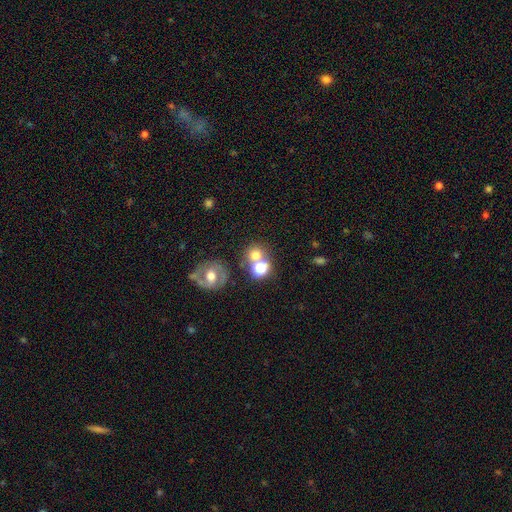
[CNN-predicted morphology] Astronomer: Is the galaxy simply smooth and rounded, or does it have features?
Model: smooth — 68%.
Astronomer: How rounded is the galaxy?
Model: round — 82%.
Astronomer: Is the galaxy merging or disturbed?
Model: none — 51% (runner-up: merger, 35%).